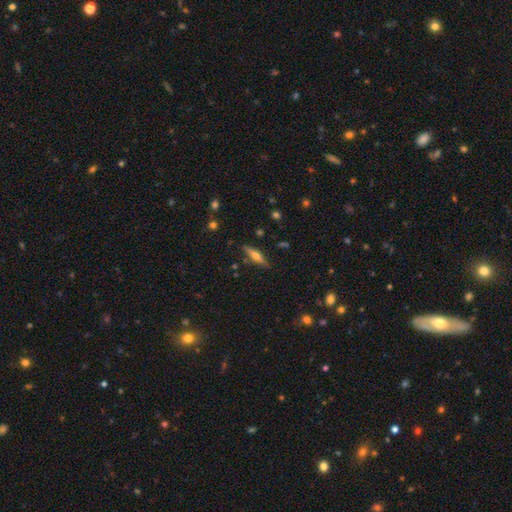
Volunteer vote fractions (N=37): A featured or disk galaxy (57%) viewed edge-on (100%) with a rounded central bulge (90%).

Vote fractions:
- Smooth or featured? featured or disk: 57% / smooth: 41% / star or artifact: 3%
- Edge-on disk? yes: 100% / no: 0%
- Edge-on bulge? rounded: 90% / boxy: 10% / none: 0%
- Merging? none: 89% / minor disturbance: 8% / merger: 3% / major disturbance: 0%